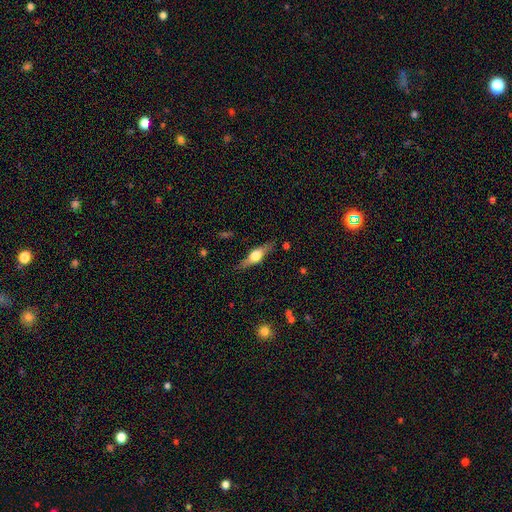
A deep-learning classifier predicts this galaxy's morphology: Q: Smooth or featured?
A: featured or disk (61%); runner-up: smooth (33%)
Q: Edge-on disk?
A: yes (94%); runner-up: no (6%)
Q: Edge-on bulge?
A: rounded (92%); runner-up: boxy (6%)
Q: Merging?
A: none (83%); runner-up: minor disturbance (12%)